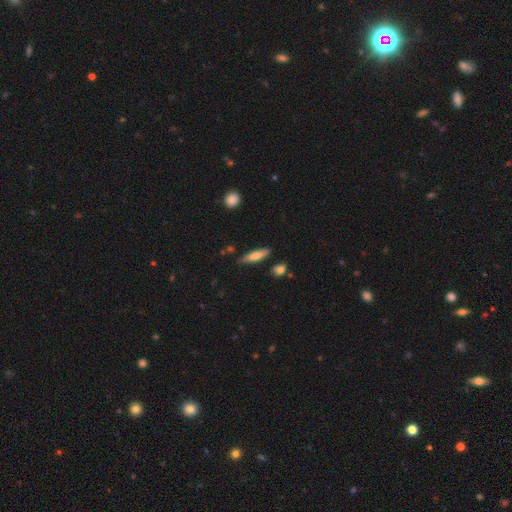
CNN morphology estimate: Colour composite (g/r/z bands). It shows a smooth galaxy with no disk features (68%) that is cigar-shaped (68%). Merging: none (79%).